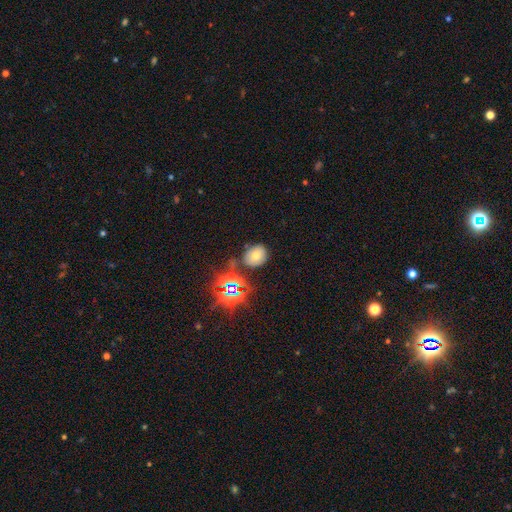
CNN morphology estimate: smooth 48%, star or artifact 35%, featured or disk 17%. Down the decision tree: merging — none (76%).